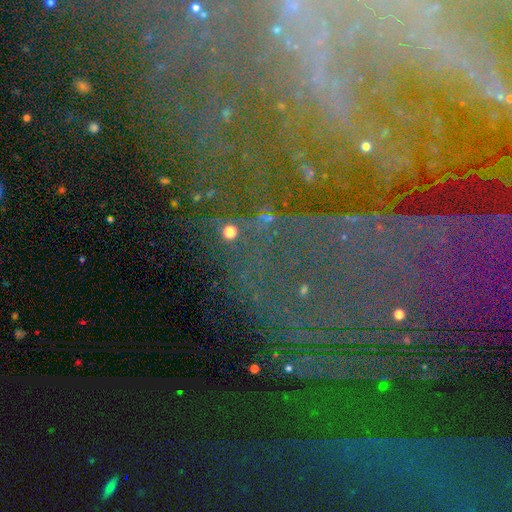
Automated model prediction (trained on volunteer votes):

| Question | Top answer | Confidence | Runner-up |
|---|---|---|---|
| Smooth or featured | star or artifact | 69% | featured or disk (20%) |